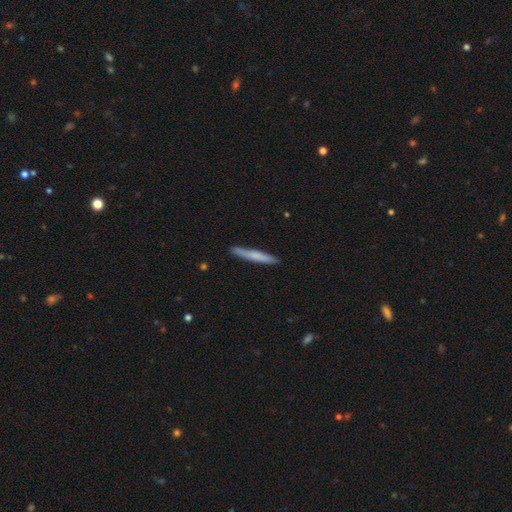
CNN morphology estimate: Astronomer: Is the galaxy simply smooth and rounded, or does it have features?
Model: smooth — 66%.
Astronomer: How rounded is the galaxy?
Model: cigar-shaped — 96%.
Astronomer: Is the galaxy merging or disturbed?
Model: none — 88%.